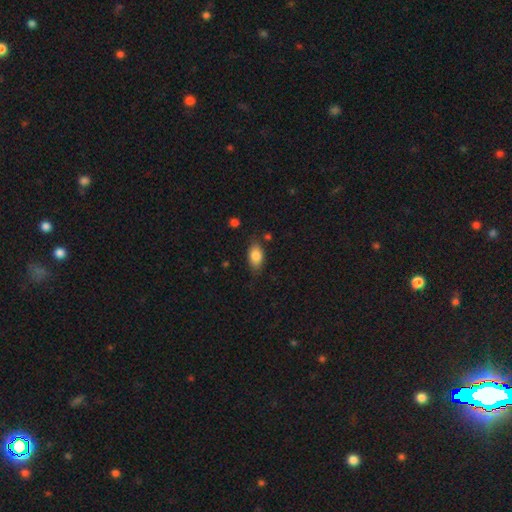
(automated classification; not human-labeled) Morphology: type=smooth (84%); roundness=in between (90%); merging=none (77%).